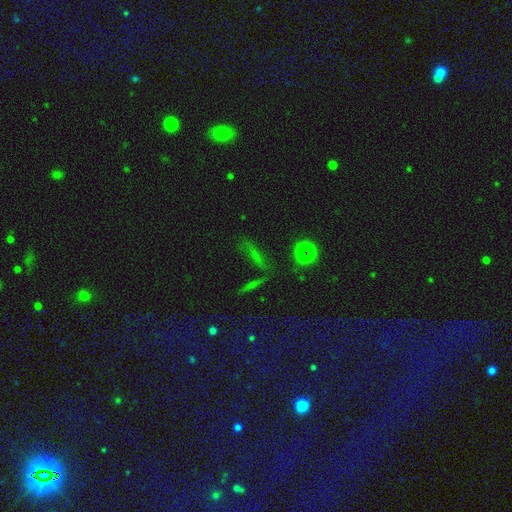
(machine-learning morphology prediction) Smooth or featured? Predicted: smooth (p=0.41). Merging? Predicted: none (p=0.70).